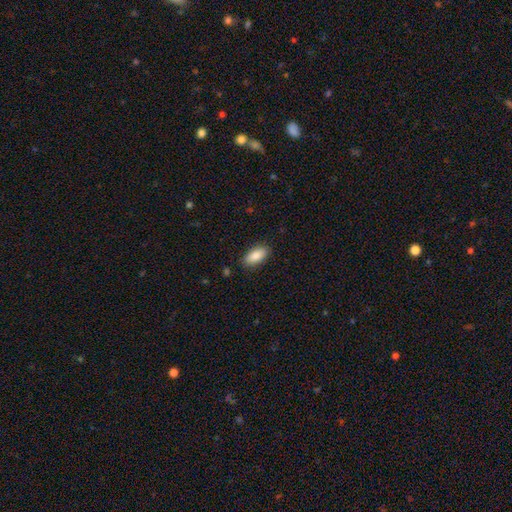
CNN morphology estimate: This appears to be a smooth galaxy with no disk features (86%) that is in between round and cigar-shaped (89%). Merging: none (87%).